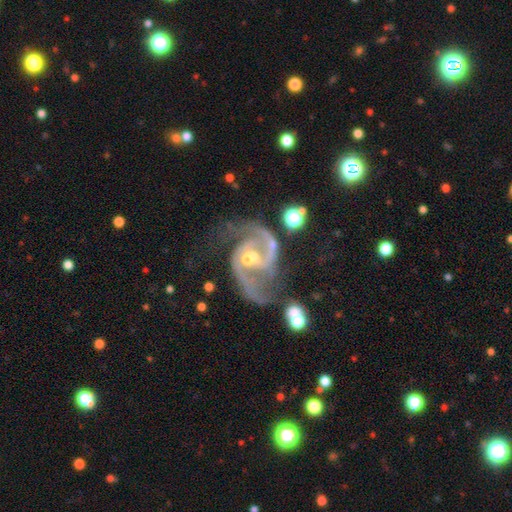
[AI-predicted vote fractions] A featured or disk galaxy (91%) with a weak bar (45%), 2 (89%) medium (56%) spiral arms (97%) and a small central bulge (49%).

Vote fractions:
- Smooth or featured? featured or disk: 91% / star or artifact: 5% / smooth: 3%
- Edge-on disk? no: 98% / yes: 2%
- Bar? weak: 45% / no: 35% / strong: 20%
- Spiral arms? yes: 97% / no: 3%
- Spiral winding? medium: 56% / loose: 28% / tight: 16%
- Spiral arm count? 2: 89% / 3: 3% / can't tell: 3% / 1: 2% / 4: 1% / more than 4: 1%
- Bulge size? small: 49% / moderate: 46% / none: 3% / large: 2% / dominant: 1%
- Merging? none: 46% / major disturbance: 21% / minor disturbance: 20% / merger: 13%